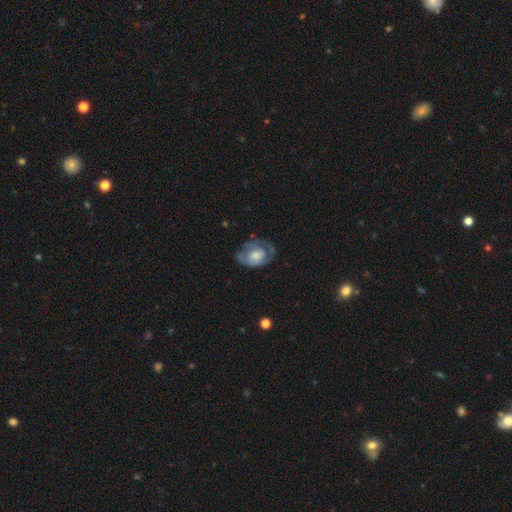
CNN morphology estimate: Smooth or featured? Predicted: featured or disk (p=0.55). Edge-on disk? Predicted: no (p=0.96). Bar? Predicted: no (p=0.77). Spiral arms? Predicted: yes (p=0.57). Bulge size? Predicted: moderate (p=0.41). Merging? Predicted: none (p=0.51).